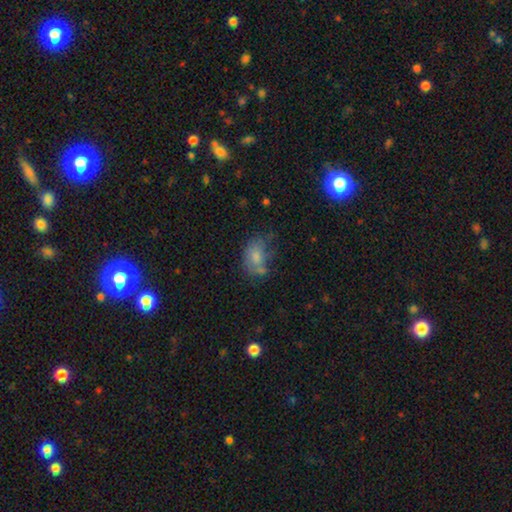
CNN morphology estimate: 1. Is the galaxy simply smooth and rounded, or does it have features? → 66% smooth, 23% featured or disk, 11% star or artifact.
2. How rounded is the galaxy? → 81% in between, 17% round, 2% cigar-shaped.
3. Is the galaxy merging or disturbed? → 40% none, 30% minor disturbance, 18% major disturbance, 12% merger.